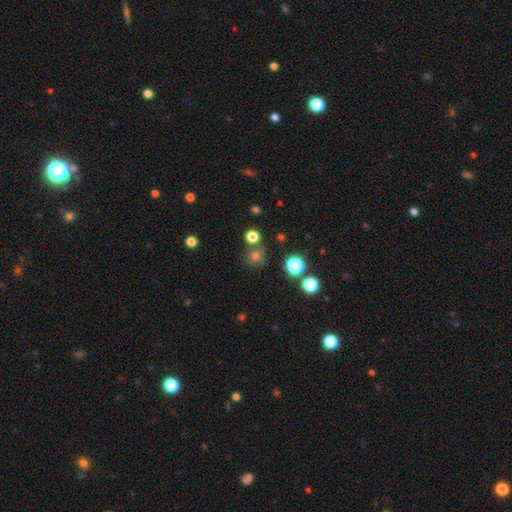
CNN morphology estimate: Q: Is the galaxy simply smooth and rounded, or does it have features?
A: smooth — 69%.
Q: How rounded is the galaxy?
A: round — 89%.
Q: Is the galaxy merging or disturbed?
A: none — 76%.